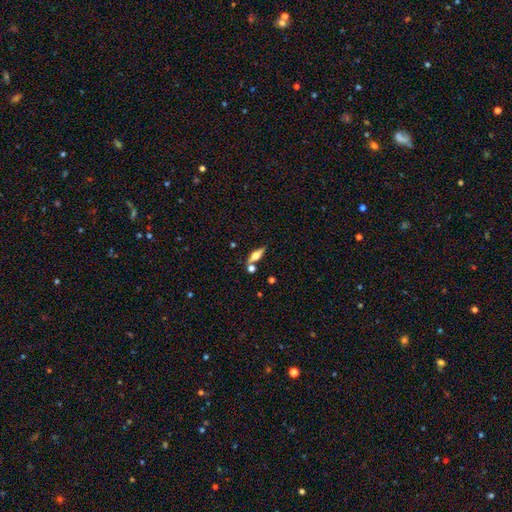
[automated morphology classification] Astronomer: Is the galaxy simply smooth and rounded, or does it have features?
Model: featured or disk — 47% (runner-up: smooth, 45%).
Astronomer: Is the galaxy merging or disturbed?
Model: none — 68%.